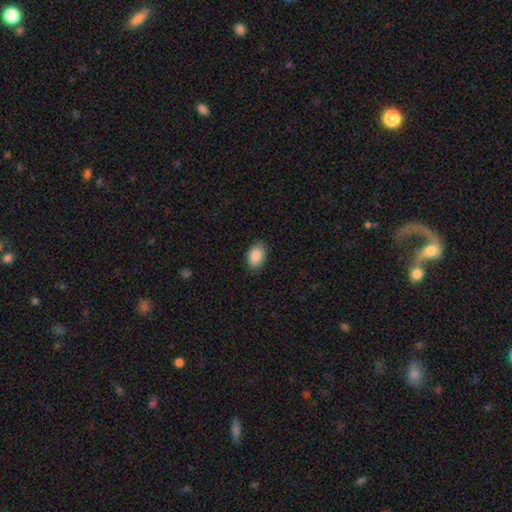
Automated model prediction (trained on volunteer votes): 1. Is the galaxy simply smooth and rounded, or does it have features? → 89% smooth, 7% star or artifact, 4% featured or disk.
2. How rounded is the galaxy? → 88% in between, 11% round, 1% cigar-shaped.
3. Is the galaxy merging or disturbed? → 86% none, 11% minor disturbance, 2% major disturbance, 1% merger.